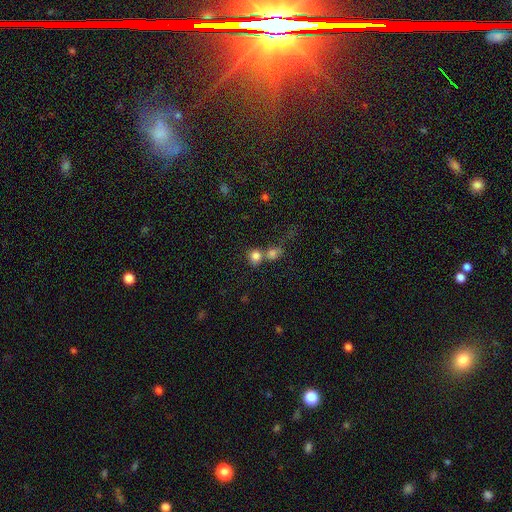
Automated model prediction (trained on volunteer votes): smooth 80%, star or artifact 12%, featured or disk 8%. Down the decision tree: how rounded — round (80%); merging — none (44%).